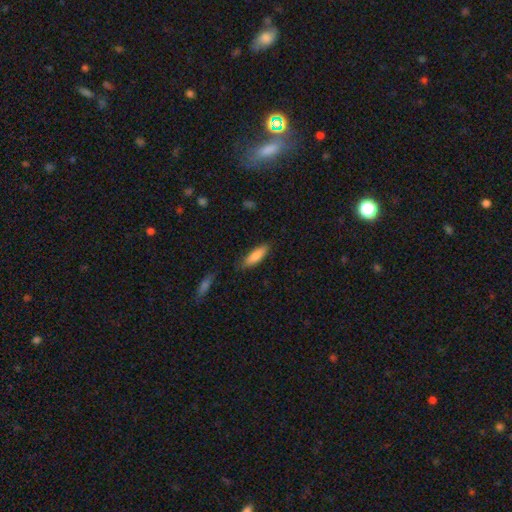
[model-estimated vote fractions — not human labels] Smooth or featured: smooth — 84% (featured or disk — 10%)
How rounded: in between — 53% (cigar-shaped — 45%)
Merging: none — 79% (minor disturbance — 16%)